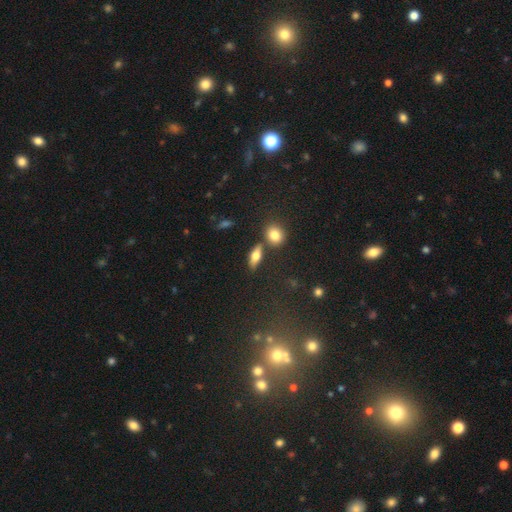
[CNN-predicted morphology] The model was most divided on "smooth or featured": smooth: 58%, featured or disk: 32%, star or artifact: 10%. More confident: merging — none (74%); how rounded — in between (60%).